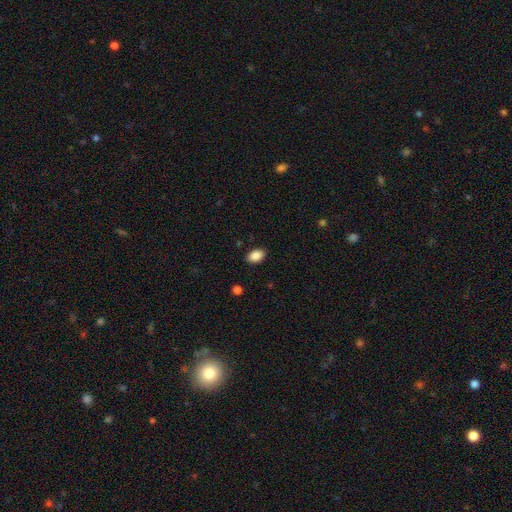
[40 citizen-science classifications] Q: Smooth or featured?
A: smooth (78%); runner-up: star or artifact (12%)
Q: How rounded?
A: in between (84%); runner-up: round (16%)
Q: Merging?
A: none (89%); runner-up: minor disturbance (9%)